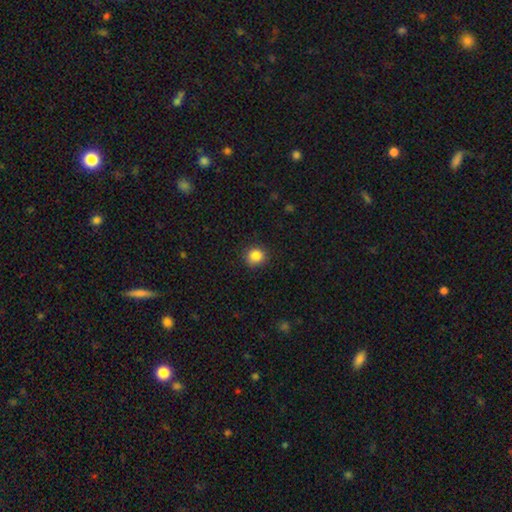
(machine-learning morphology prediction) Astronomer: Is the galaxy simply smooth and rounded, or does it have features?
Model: smooth — 86%.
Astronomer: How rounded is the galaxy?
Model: round — 87%.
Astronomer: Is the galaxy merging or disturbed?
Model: none — 88%.